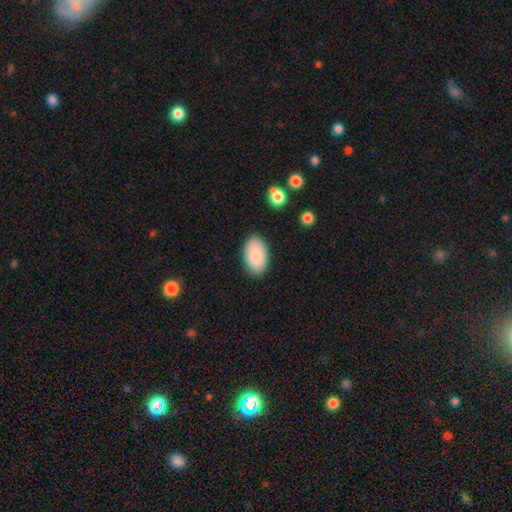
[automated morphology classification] The model was most divided on "merging": none: 87%, minor disturbance: 10%, major disturbance: 2%, merger: 1%. More confident: how rounded — in between (95%); smooth or featured — smooth (88%).